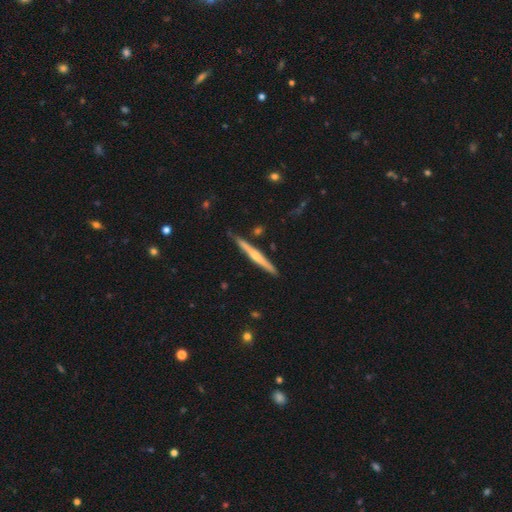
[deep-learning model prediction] Q: Smooth or featured?
A: featured or disk (61%); runner-up: smooth (34%)
Q: Edge-on disk?
A: yes (98%); runner-up: no (2%)
Q: Edge-on bulge?
A: rounded (62%); runner-up: none (30%)
Q: Merging?
A: none (86%); runner-up: minor disturbance (10%)